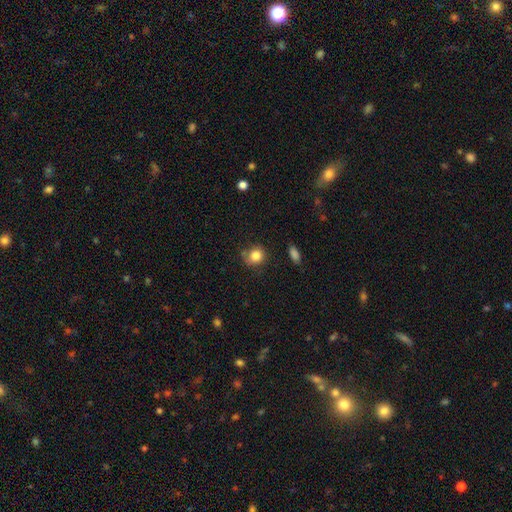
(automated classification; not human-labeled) A smooth galaxy with no disk features (83%) that is round (77%).

Vote fractions:
- Smooth or featured? smooth: 83% / star or artifact: 9% / featured or disk: 8%
- How rounded? round: 77% / in between: 22% / cigar-shaped: 1%
- Merging? none: 65% / minor disturbance: 25% / major disturbance: 7% / merger: 3%